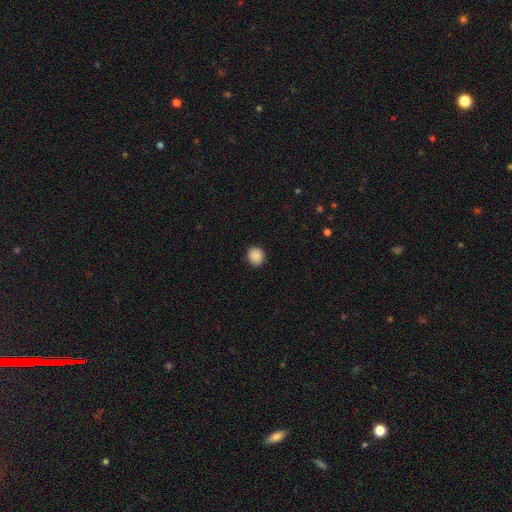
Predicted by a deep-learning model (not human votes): Smooth or featured? smooth (89%)
How rounded? round (85%)
Merging? none (91%)